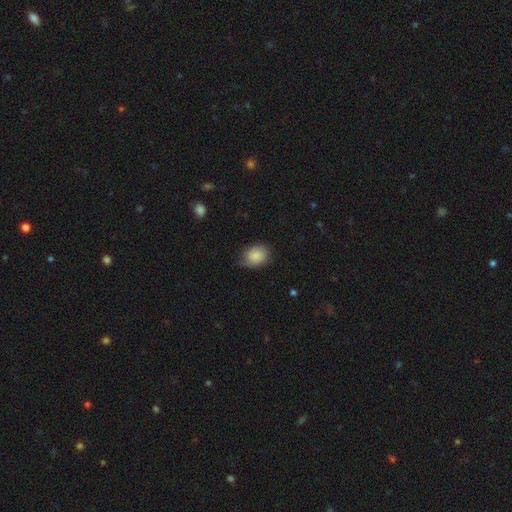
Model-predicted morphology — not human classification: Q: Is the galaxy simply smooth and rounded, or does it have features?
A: smooth — 81%.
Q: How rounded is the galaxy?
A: in between — 61%.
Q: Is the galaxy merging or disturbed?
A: none — 62%.